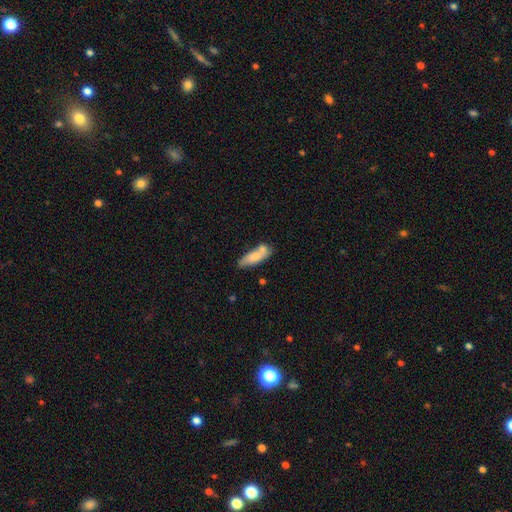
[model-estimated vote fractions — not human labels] A smooth galaxy with no disk features (74%) that is in between round and cigar-shaped (52%).

Vote fractions:
- Smooth or featured? smooth: 74% / featured or disk: 19% / star or artifact: 6%
- How rounded? in between: 52% / cigar-shaped: 46% / round: 2%
- Merging? none: 53% / merger: 22% / minor disturbance: 20% / major disturbance: 5%